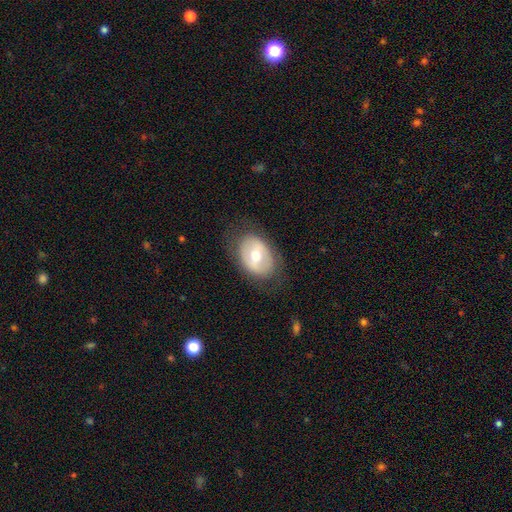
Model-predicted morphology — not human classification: Smooth or featured? Predicted: featured or disk (p=0.48). Merging? Predicted: none (p=0.75).